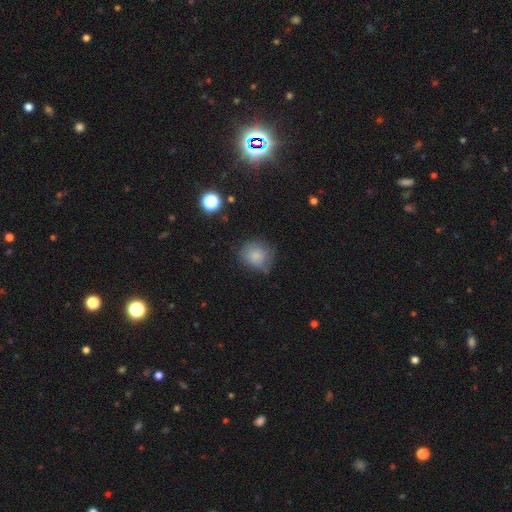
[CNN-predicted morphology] smooth 80%, star or artifact 10%, featured or disk 10%. Down the decision tree: how rounded — round (76%); merging — none (60%).